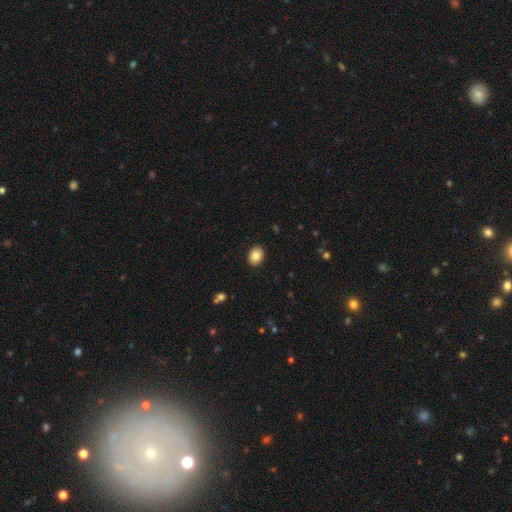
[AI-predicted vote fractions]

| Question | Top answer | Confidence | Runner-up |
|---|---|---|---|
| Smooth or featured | smooth | 84% | star or artifact (8%) |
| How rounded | in between | 69% | round (30%) |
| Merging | none | 90% | minor disturbance (7%) |